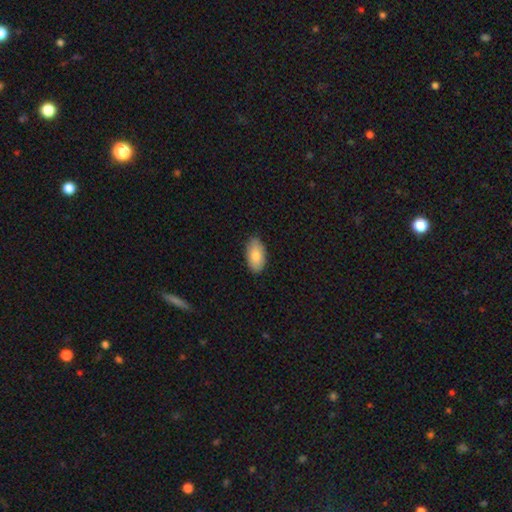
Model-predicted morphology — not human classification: smooth 82%, featured or disk 12%, star or artifact 6%. Down the decision tree: how rounded — in between (94%); merging — none (83%).